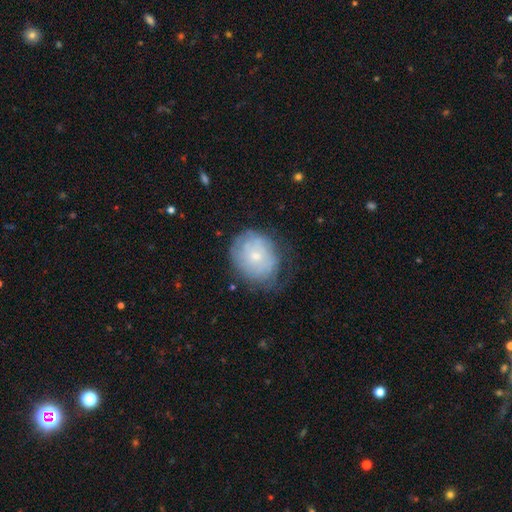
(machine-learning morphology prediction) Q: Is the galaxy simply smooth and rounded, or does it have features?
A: smooth — 48%.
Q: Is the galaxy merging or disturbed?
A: none — 58%.